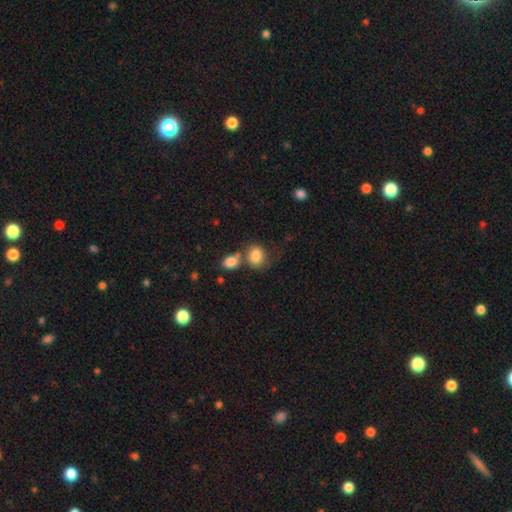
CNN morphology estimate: Smooth or featured? Predicted: smooth (p=0.84). How rounded? Predicted: in between (p=0.51). Merging? Predicted: none (p=0.45).